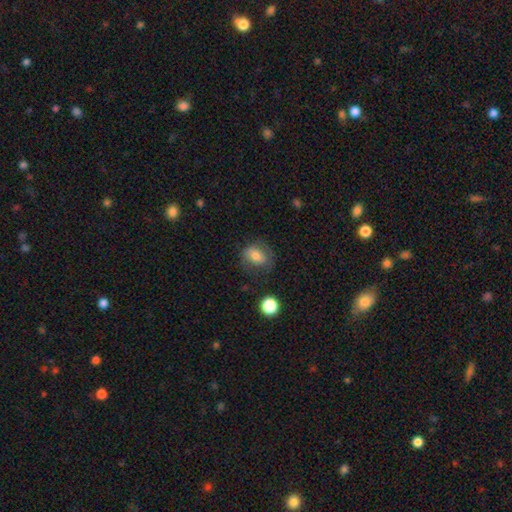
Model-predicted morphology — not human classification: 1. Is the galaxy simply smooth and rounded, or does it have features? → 71% smooth, 20% featured or disk, 9% star or artifact.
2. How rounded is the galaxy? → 63% in between, 35% round, 1% cigar-shaped.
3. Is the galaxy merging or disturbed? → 63% none, 22% minor disturbance, 12% major disturbance, 2% merger.